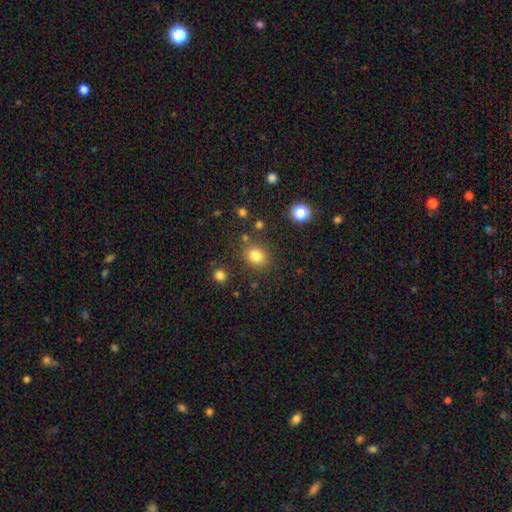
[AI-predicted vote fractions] This appears to be a smooth galaxy with no disk features (81%) that is round (66%). Merging: none (80%).